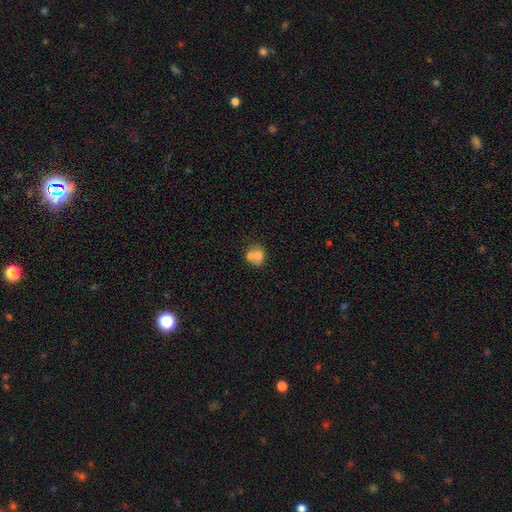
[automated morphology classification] smooth 69%, featured or disk 21%, star or artifact 10%. Down the decision tree: how rounded — round (64%); merging — merger (57%).